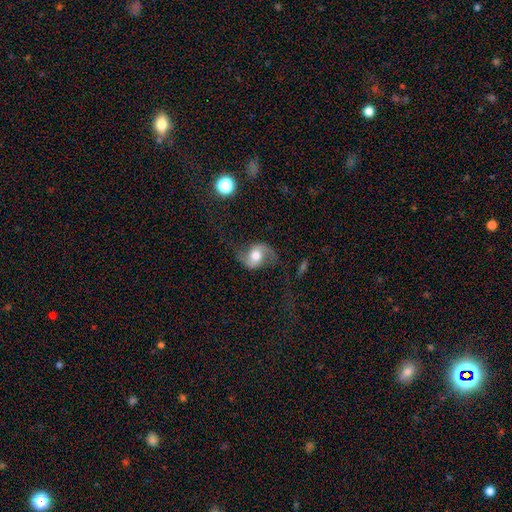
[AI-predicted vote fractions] Q: Smooth or featured?
A: featured or disk (73%); runner-up: smooth (19%)
Q: Edge-on disk?
A: no (97%); runner-up: yes (3%)
Q: Bar?
A: no (52%); runner-up: weak (35%)
Q: Spiral arms?
A: yes (92%); runner-up: no (8%)
Q: Spiral winding?
A: loose (69%); runner-up: medium (26%)
Q: Spiral arm count?
A: 2 (92%); runner-up: 1 (3%)
Q: Bulge size?
A: moderate (64%); runner-up: large (23%)
Q: Merging?
A: none (65%); runner-up: minor disturbance (17%)